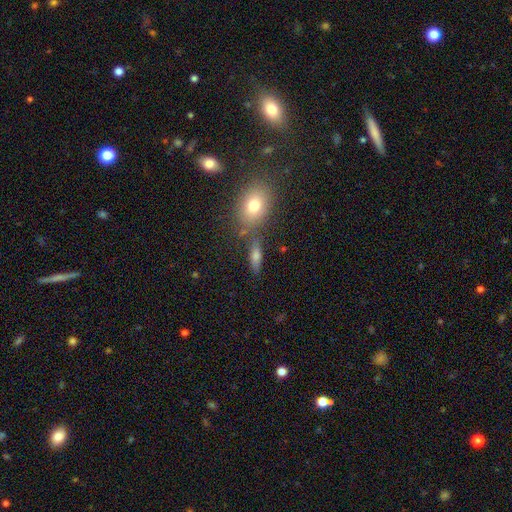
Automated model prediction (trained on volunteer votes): Smooth or featured?
  - smooth: 52% *
  - featured or disk: 33%
  - star or artifact: 15%
How rounded?
  - in between: 48% *
  - cigar-shaped: 43%
  - round: 9%
Merging?
  - none: 73% *
  - merger: 12%
  - minor disturbance: 12%
  - major disturbance: 4%